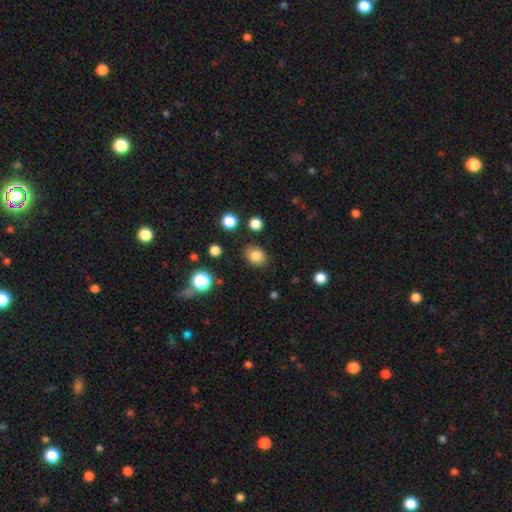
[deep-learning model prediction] smooth_or_featured: smooth (p=0.83) [alt: star or artifact p=0.11]
how_rounded: in between (p=0.50) [alt: round p=0.49]
merging: none (p=0.83) [alt: minor disturbance p=0.11]